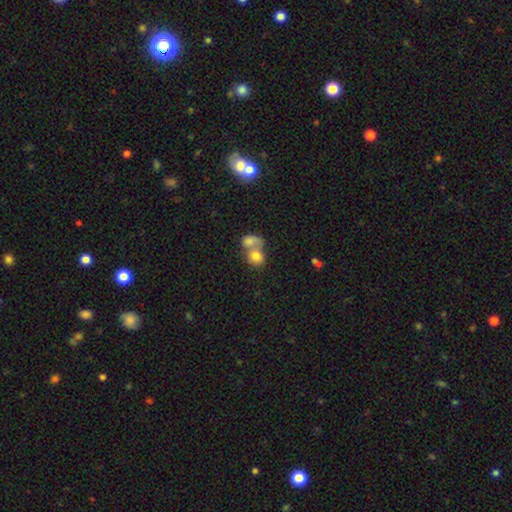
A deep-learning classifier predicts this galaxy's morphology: smooth 76%, featured or disk 15%, star or artifact 9%. Down the decision tree: how rounded — round (57%); merging — merger (69%).